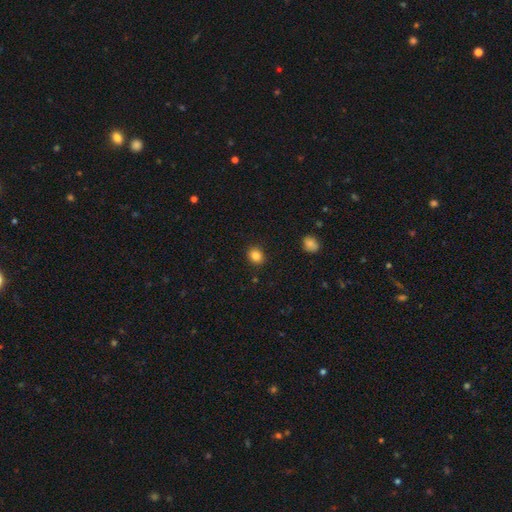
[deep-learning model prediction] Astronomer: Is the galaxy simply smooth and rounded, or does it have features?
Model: smooth — 84%.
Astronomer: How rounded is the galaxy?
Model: round — 58% (runner-up: in between, 41%).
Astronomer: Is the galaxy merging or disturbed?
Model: none — 90%.